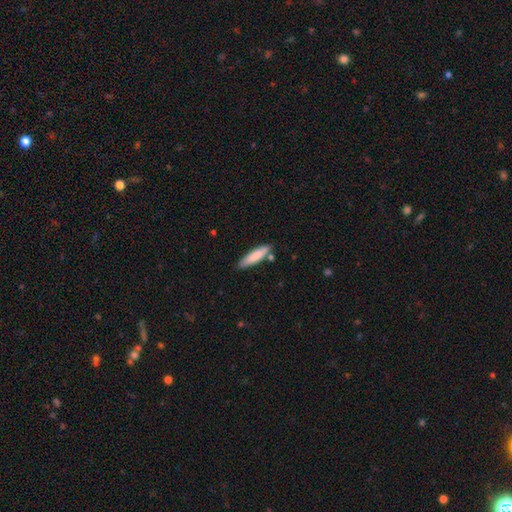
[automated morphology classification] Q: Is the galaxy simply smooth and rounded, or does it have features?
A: smooth — 82%.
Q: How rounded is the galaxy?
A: cigar-shaped — 77%.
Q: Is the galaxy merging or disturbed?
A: none — 80%.